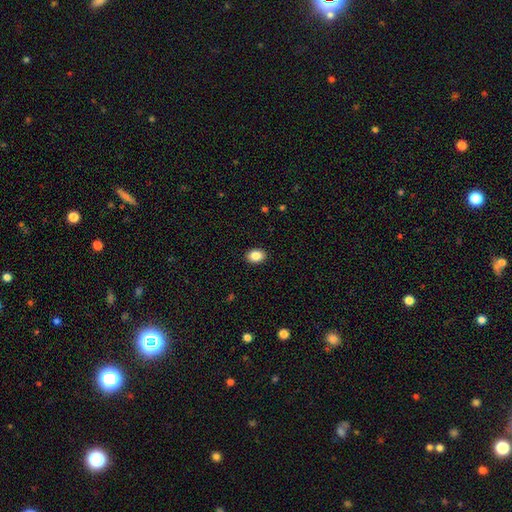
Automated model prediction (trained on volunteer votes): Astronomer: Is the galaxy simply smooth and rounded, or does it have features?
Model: smooth — 87%.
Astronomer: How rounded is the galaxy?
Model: in between — 77%.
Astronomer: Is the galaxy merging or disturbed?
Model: none — 91%.